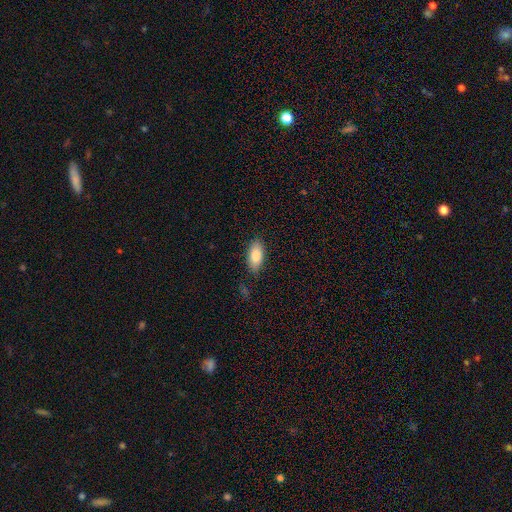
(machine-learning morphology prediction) Smooth or featured? smooth (84%)
How rounded? in between (90%)
Merging? none (86%)